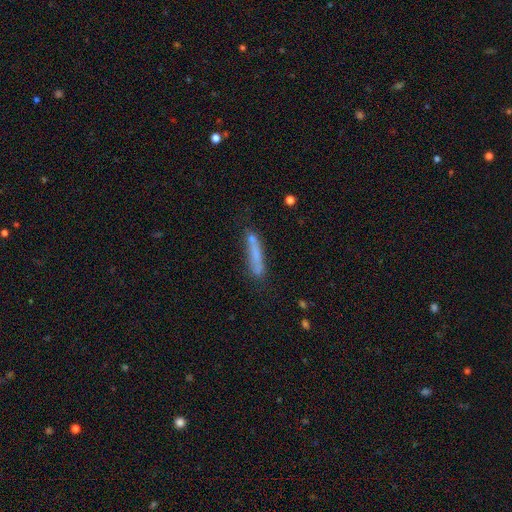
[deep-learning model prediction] Smooth or featured? Predicted: smooth (p=0.66). How rounded? Predicted: cigar-shaped (p=0.90). Merging? Predicted: none (p=0.61).